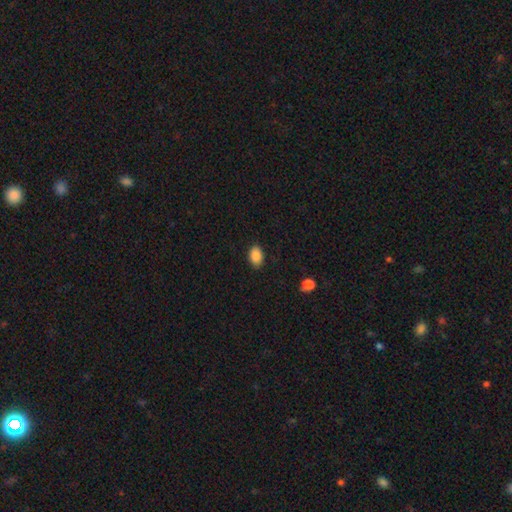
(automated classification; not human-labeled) smooth 88%, star or artifact 8%, featured or disk 4%. Down the decision tree: how rounded — in between (87%); merging — none (88%).